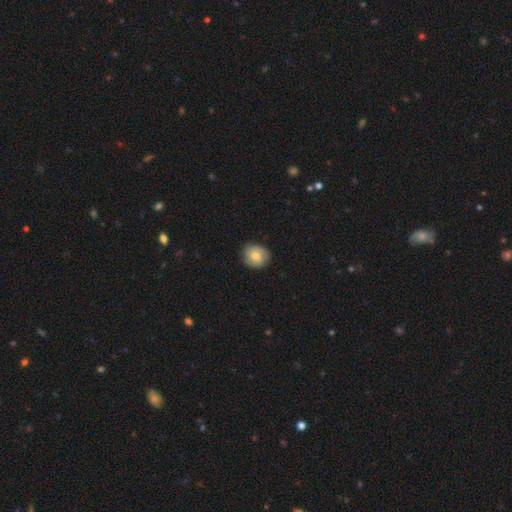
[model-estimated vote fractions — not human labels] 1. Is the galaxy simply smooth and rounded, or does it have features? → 67% smooth, 25% featured or disk, 8% star or artifact.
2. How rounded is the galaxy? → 76% round, 23% in between, 1% cigar-shaped.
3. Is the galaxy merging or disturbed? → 83% none, 14% minor disturbance, 3% major disturbance, 1% merger.